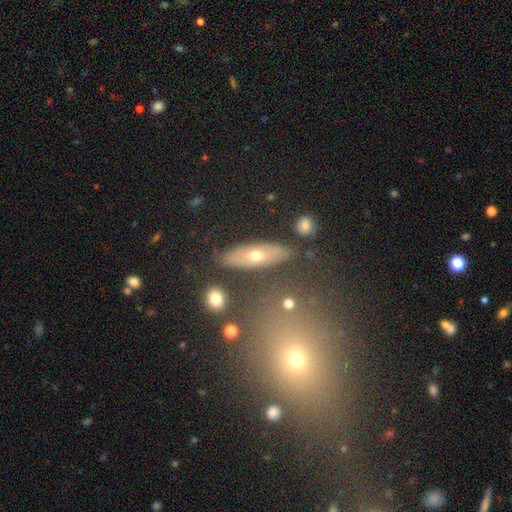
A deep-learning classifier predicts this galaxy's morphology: This appears to be a smooth galaxy with no disk features (50%) that is in between round and cigar-shaped (54%). Merging: none (83%).